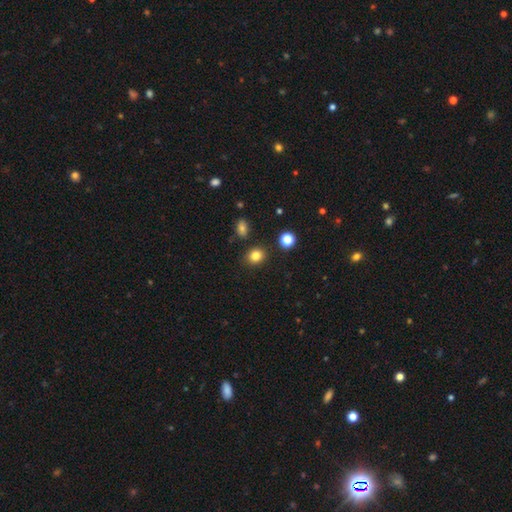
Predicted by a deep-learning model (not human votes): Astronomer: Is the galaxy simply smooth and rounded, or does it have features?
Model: smooth — 82%.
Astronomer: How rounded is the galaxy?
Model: round — 68%.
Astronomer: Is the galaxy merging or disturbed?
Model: none — 86%.